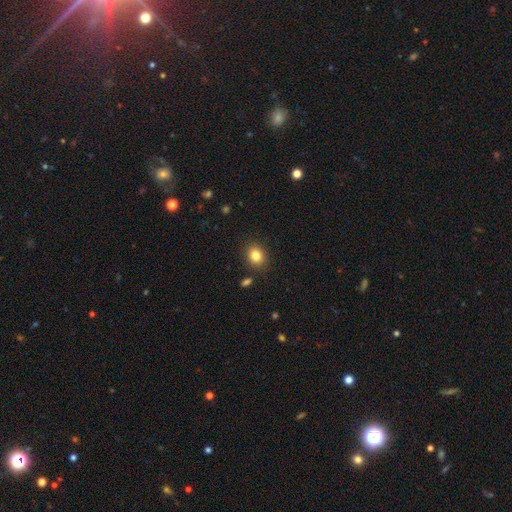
Morphology: type=smooth (92%); roundness=in between (57%); merging=none (83%).